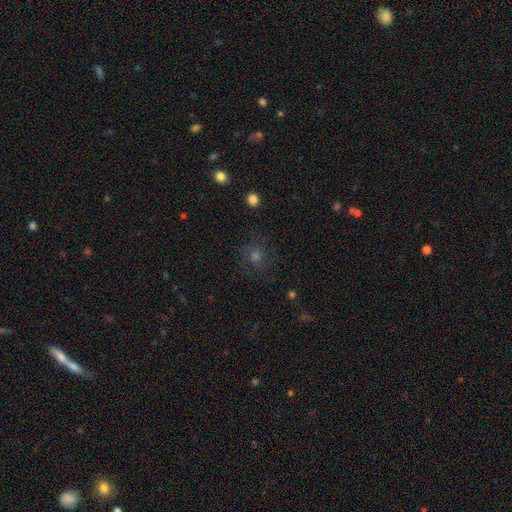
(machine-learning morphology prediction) A featured or disk galaxy (37%). Merging: none (77%).